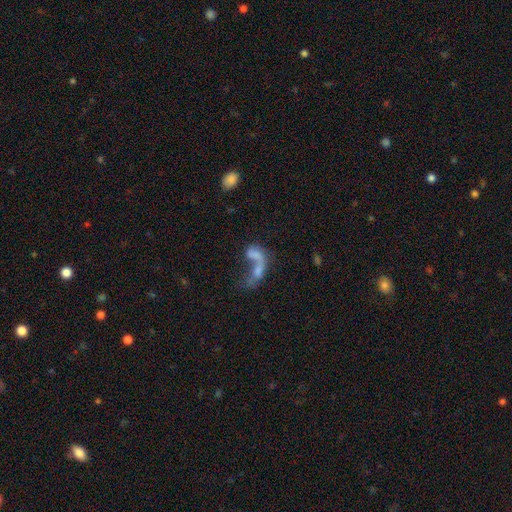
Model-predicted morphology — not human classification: Smooth or featured? smooth (43%)
Merging? merger (51%)